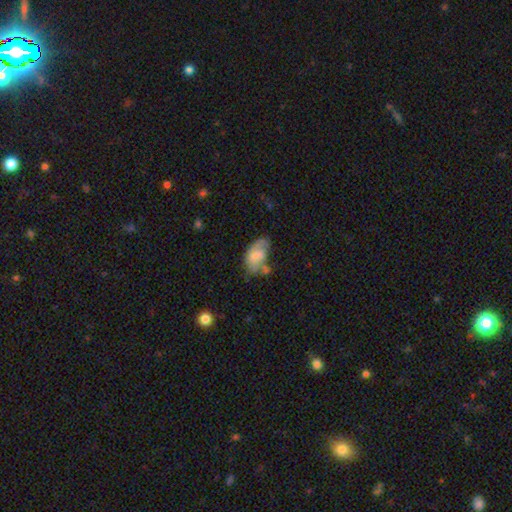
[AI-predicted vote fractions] Smooth or featured: smooth — 56% (featured or disk — 36%)
How rounded: in between — 91% (round — 8%)
Merging: none — 33% (minor disturbance — 31%)